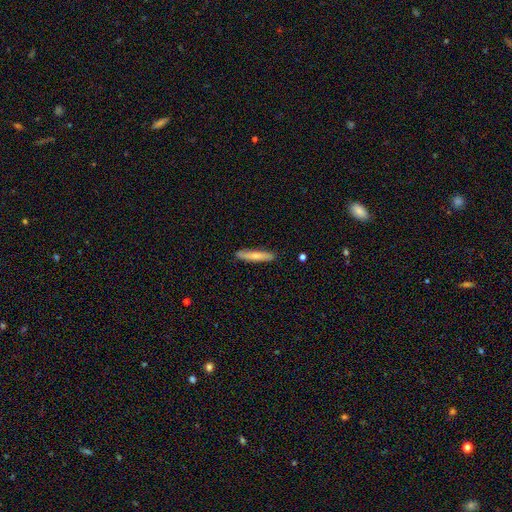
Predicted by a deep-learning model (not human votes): smooth_or_featured: smooth (p=0.67) [alt: featured or disk p=0.28]
how_rounded: cigar-shaped (p=0.89) [alt: in between p=0.09]
merging: none (p=0.87) [alt: minor disturbance p=0.10]